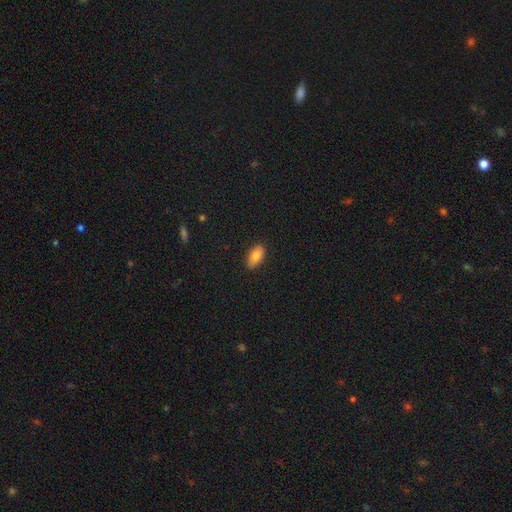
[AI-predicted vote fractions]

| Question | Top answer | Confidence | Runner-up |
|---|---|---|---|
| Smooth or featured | smooth | 82% | featured or disk (11%) |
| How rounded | in between | 91% | cigar-shaped (6%) |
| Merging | none | 88% | minor disturbance (9%) |